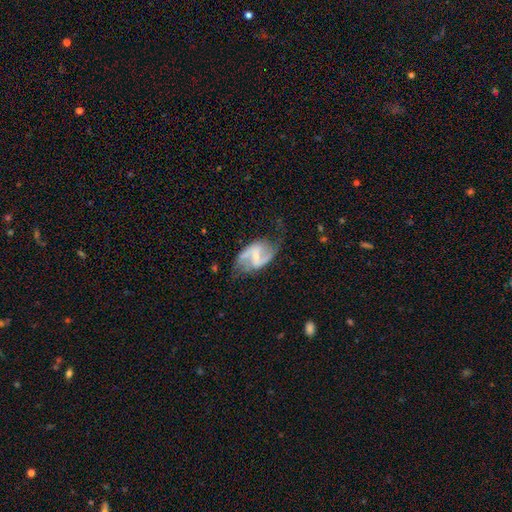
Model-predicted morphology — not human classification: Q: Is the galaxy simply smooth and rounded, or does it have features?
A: featured or disk — 85%.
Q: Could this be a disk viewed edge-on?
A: no — 97%.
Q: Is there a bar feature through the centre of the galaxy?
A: weak — 45%.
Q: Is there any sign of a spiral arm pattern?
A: yes — 93%.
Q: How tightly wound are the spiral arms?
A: loose — 52%.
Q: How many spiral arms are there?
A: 2 — 91%.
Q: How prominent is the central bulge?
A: small — 55%.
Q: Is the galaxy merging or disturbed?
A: none — 63%.